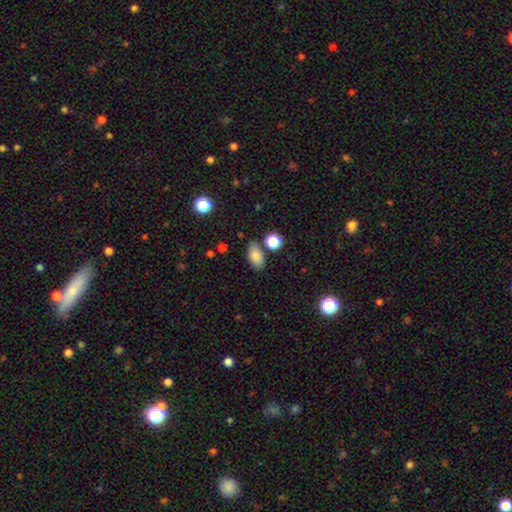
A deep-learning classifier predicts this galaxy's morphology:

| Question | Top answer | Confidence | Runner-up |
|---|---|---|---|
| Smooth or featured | smooth | 84% | star or artifact (9%) |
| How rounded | in between | 89% | round (8%) |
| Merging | none | 74% | minor disturbance (14%) |